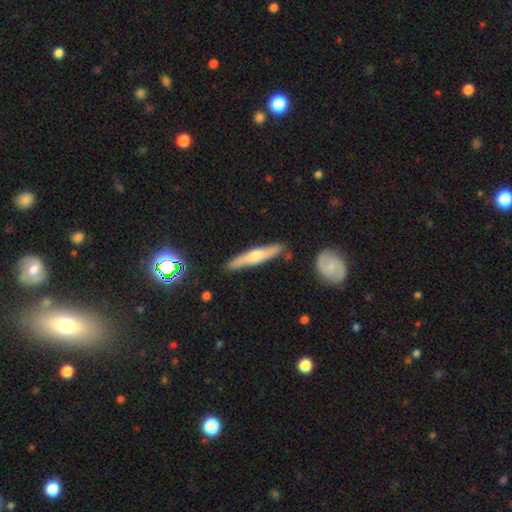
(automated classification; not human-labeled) Smooth or featured: featured or disk — 51% (smooth — 42%)
Edge-on disk: yes — 92% (no — 8%)
Merging: none — 85% (minor disturbance — 10%)